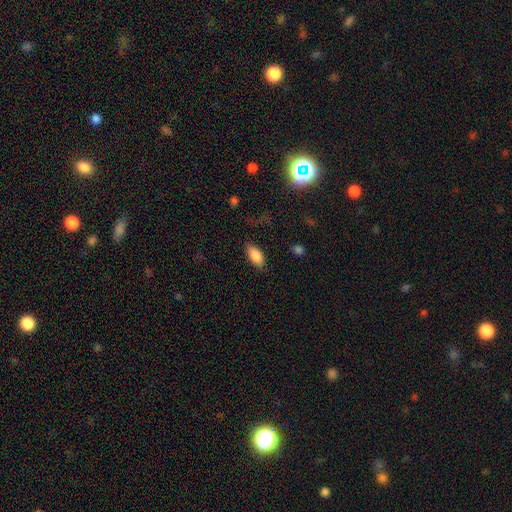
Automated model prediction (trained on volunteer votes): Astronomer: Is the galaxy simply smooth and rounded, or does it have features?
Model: smooth — 85%.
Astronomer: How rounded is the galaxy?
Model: in between — 91%.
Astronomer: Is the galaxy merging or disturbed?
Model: none — 84%.